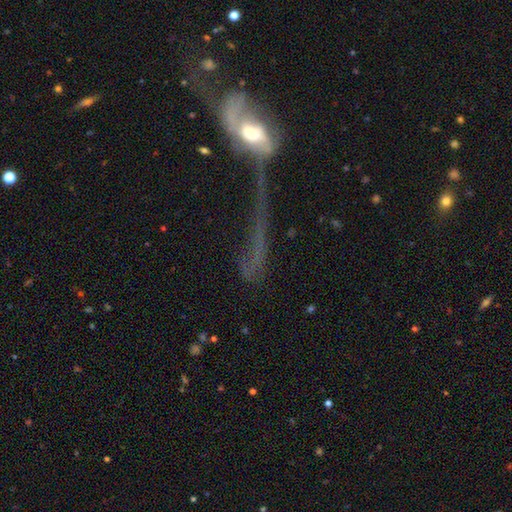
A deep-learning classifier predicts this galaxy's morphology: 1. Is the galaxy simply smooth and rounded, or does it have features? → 55% featured or disk, 29% smooth, 16% star or artifact.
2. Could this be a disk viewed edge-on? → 76% no, 24% yes.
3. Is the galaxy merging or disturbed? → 40% major disturbance, 34% merger, 16% none, 10% minor disturbance.